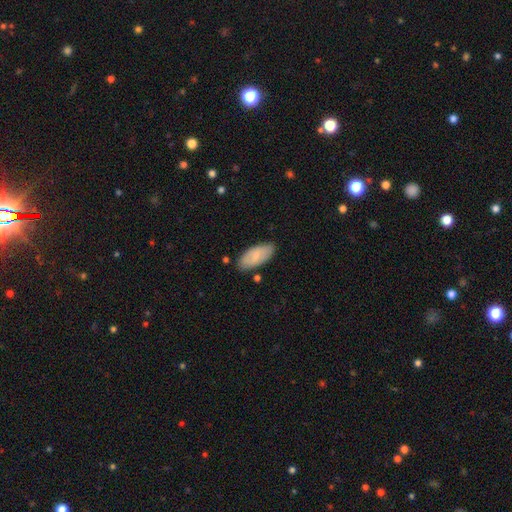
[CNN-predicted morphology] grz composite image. It shows a smooth galaxy with no disk features (78%) that is in between round and cigar-shaped (90%). Merging: none (82%).